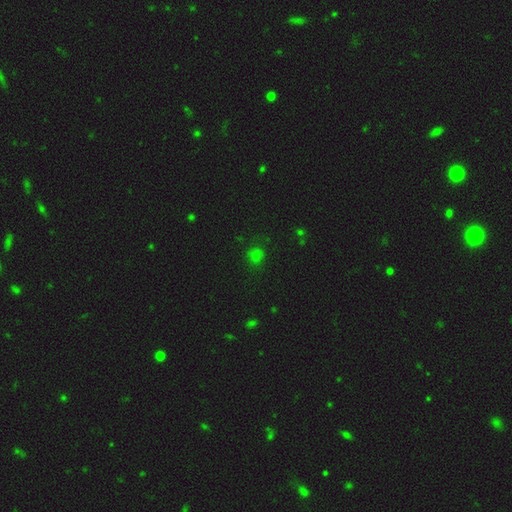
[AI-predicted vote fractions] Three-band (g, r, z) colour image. It shows a smooth galaxy with no disk features (69%) that is round (81%). Merging: none (81%).